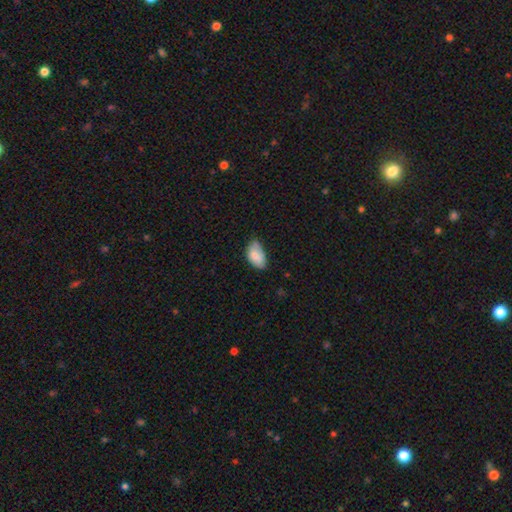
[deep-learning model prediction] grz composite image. It shows a smooth galaxy with no disk features (81%) that is in between round and cigar-shaped (94%). Merging: none (57%).